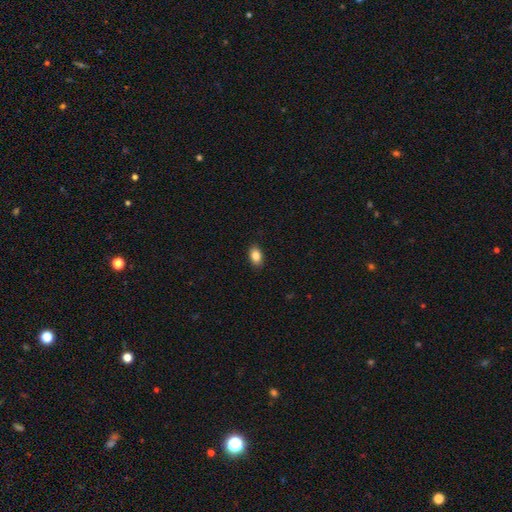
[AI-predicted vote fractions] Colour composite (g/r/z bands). It shows a smooth galaxy with no disk features (86%) that is in between round and cigar-shaped (89%). Merging: none (89%).